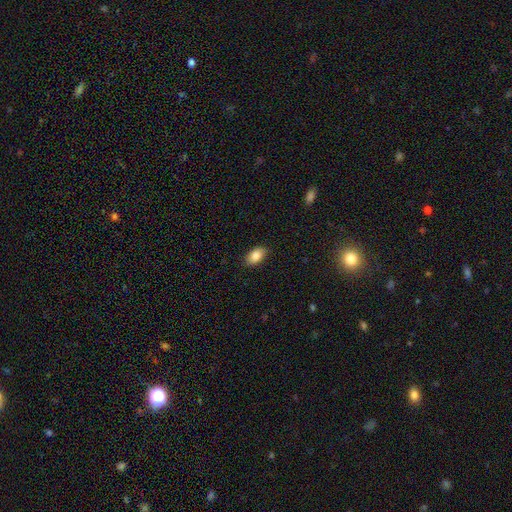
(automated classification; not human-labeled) A smooth galaxy with no disk features (87%) that is in between round and cigar-shaped (92%).

Vote fractions:
- Smooth or featured? smooth: 87% / star or artifact: 7% / featured or disk: 6%
- How rounded? in between: 92% / round: 6% / cigar-shaped: 2%
- Merging? none: 87% / minor disturbance: 10% / major disturbance: 2% / merger: 1%